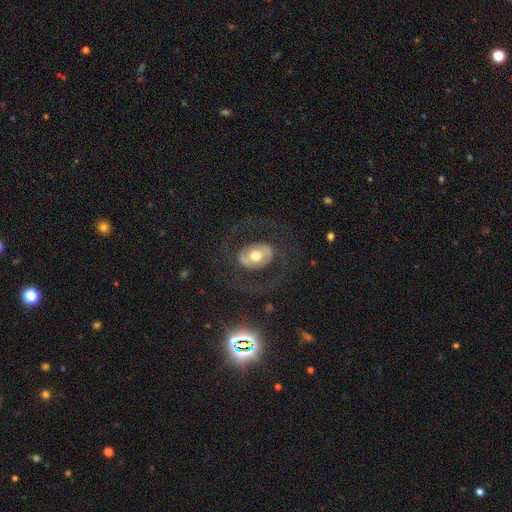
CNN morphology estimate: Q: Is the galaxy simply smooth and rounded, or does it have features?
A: featured or disk — 68%.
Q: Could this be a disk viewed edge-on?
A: no — 95%.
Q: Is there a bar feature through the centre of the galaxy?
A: no — 51%.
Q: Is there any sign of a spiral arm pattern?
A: yes — 59%.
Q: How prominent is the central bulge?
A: moderate — 70%.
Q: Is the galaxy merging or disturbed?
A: none — 72%.